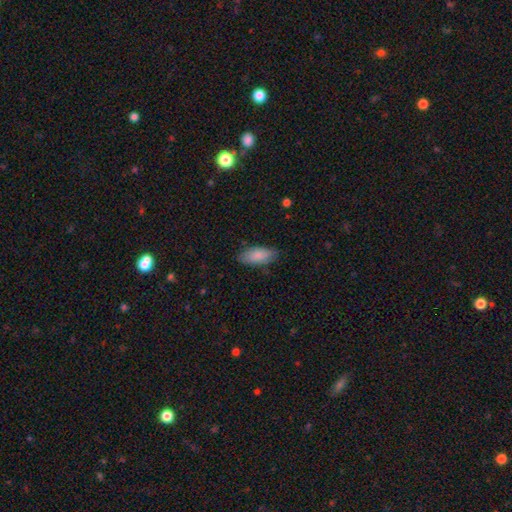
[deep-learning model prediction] A smooth galaxy with no disk features (84%) that is in between round and cigar-shaped (84%). Merging: none (83%).